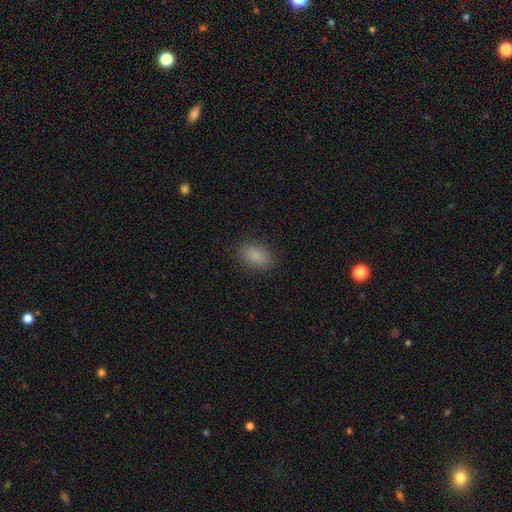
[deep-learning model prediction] A smooth galaxy with no disk features (87%) that is in between round and cigar-shaped (89%).

Vote fractions:
- Smooth or featured? smooth: 87% / star or artifact: 9% / featured or disk: 4%
- How rounded? in between: 89% / round: 8% / cigar-shaped: 2%
- Merging? none: 88% / minor disturbance: 9% / major disturbance: 2% / merger: 1%